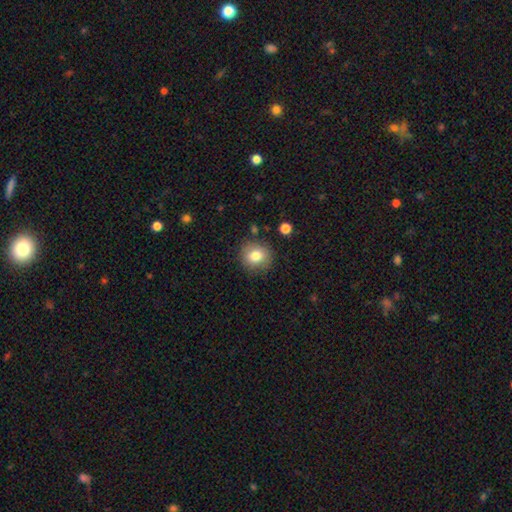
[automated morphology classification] smooth-or-featured: smooth: 80% | featured or disk: 10% | star or artifact: 10%
  how-rounded: round: 85% | in between: 14% | cigar-shaped: 1%
  merging: none: 84% | minor disturbance: 10% | major disturbance: 3% | merger: 2%